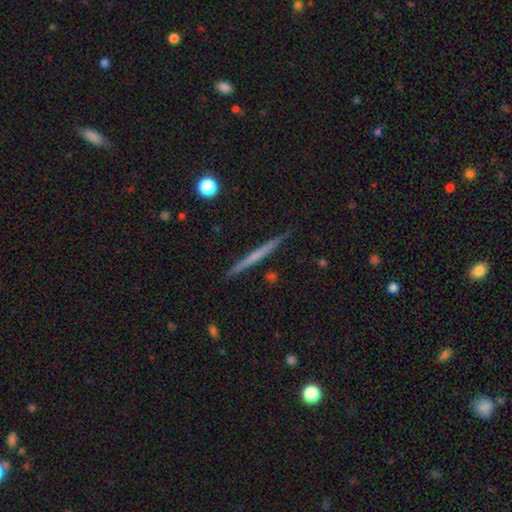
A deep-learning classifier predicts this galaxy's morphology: Smooth or featured? Predicted: featured or disk (p=0.55). Edge-on disk? Predicted: yes (p=0.98). Edge-on bulge? Predicted: none (p=0.86). Merging? Predicted: none (p=0.92).